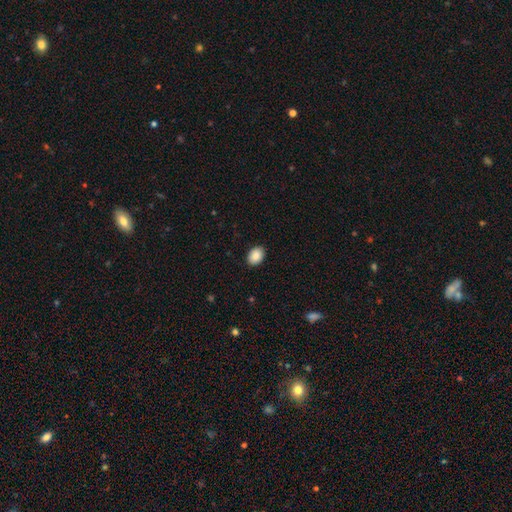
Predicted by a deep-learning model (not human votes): A smooth galaxy with no disk features (89%) that is in between round and cigar-shaped (76%). Merging: none (89%).